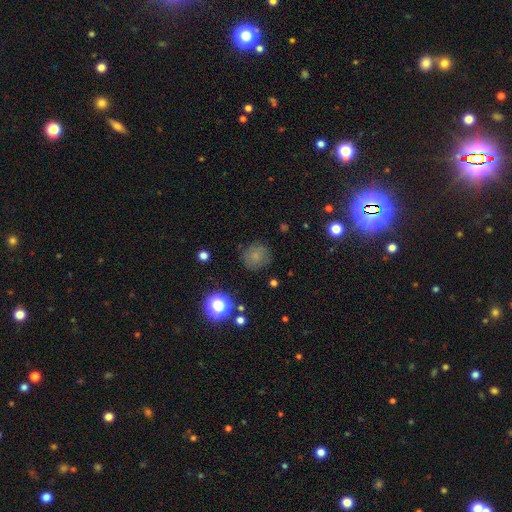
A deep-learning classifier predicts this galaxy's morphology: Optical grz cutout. It shows a smooth galaxy with no disk features (75%) that is round (91%). Merging: none (81%).